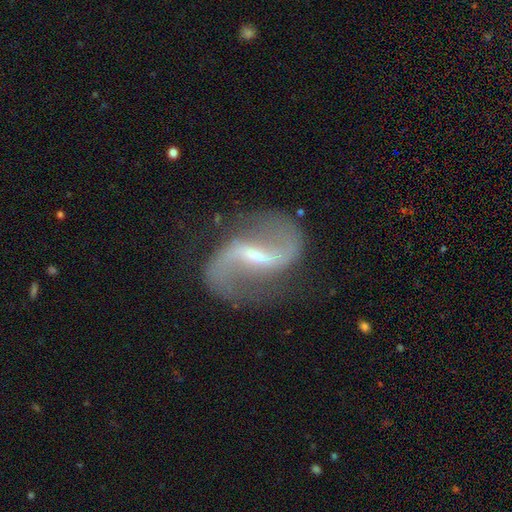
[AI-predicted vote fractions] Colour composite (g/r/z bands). It shows a featured or disk galaxy (91%) with a strong bar (51%), 2 (93%) loose (71%) spiral arms (97%) and a small central bulge (53%). Merging: none (77%).